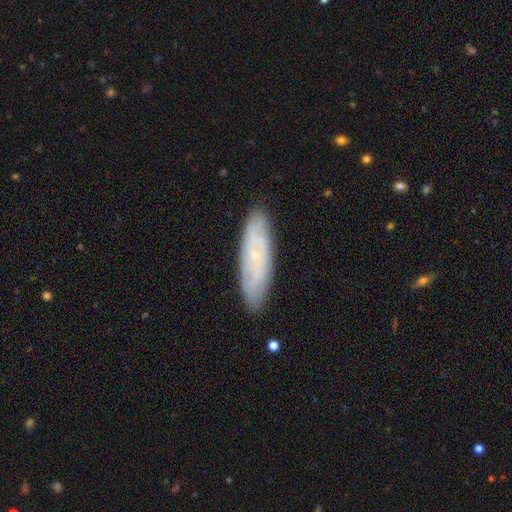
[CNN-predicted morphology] The model was most divided on "smooth or featured": featured or disk: 60%, smooth: 33%, star or artifact: 7%. More confident: merging — none (85%); edge-on disk — no (76%).